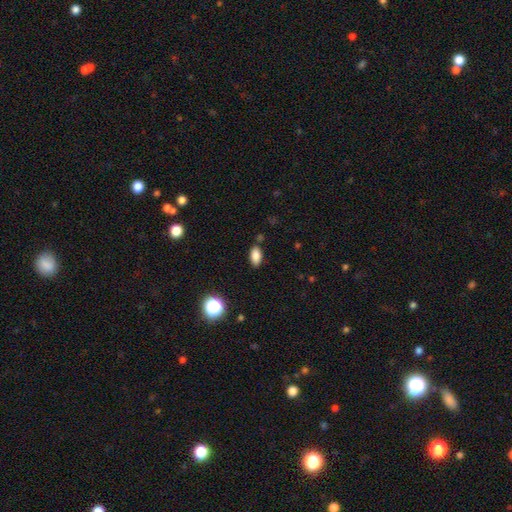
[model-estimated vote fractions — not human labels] This is clearly a smooth galaxy (84%). How rounded: clearly in between (90%). Merging: clearly none (84%).